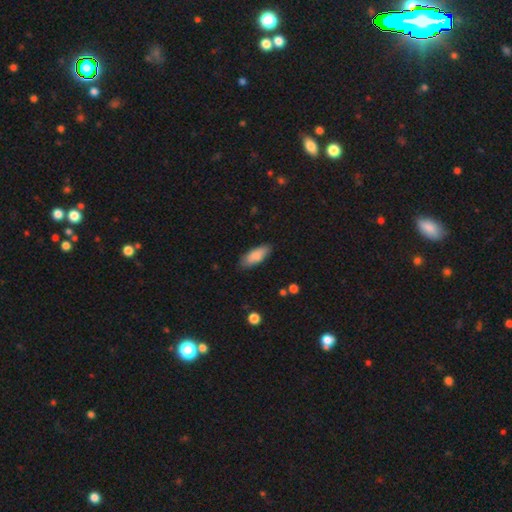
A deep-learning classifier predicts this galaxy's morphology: Q: Smooth or featured?
A: smooth (85%); runner-up: featured or disk (9%)
Q: How rounded?
A: in between (76%); runner-up: cigar-shaped (22%)
Q: Merging?
A: none (82%); runner-up: minor disturbance (14%)